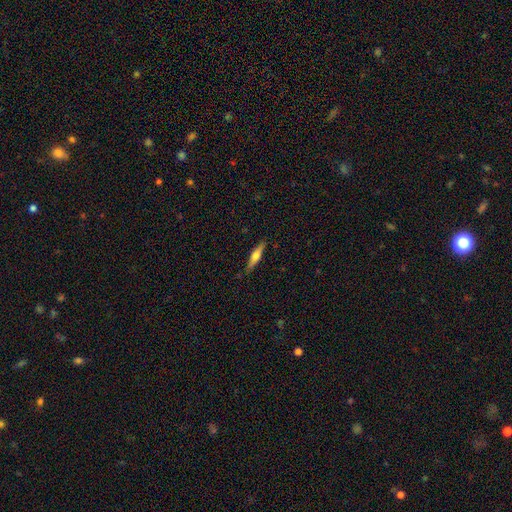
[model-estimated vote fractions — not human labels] Morphology: type=featured or disk (52%); edge-on=yes (96%); merging=none (86%).